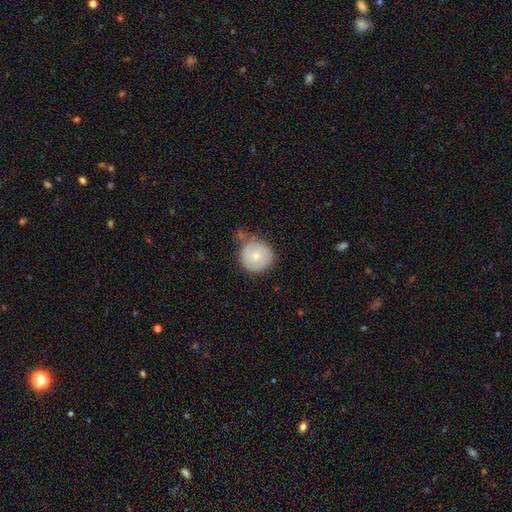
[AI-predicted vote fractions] Q: Smooth or featured?
A: smooth (69%); runner-up: featured or disk (25%)
Q: How rounded?
A: round (92%); runner-up: in between (7%)
Q: Merging?
A: none (57%); runner-up: minor disturbance (25%)